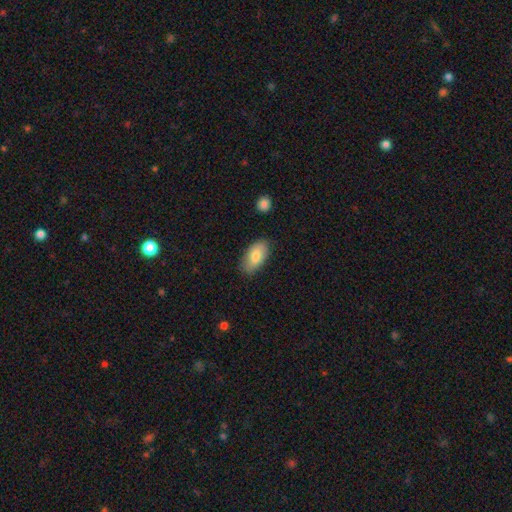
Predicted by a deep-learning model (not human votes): Overall: smooth (82%). How rounded: in between (93%). Merging: none (82%).